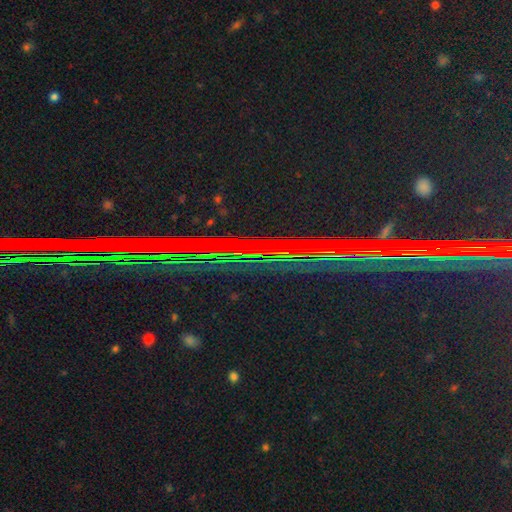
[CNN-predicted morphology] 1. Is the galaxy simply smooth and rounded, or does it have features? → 86% star or artifact, 8% featured or disk, 6% smooth.